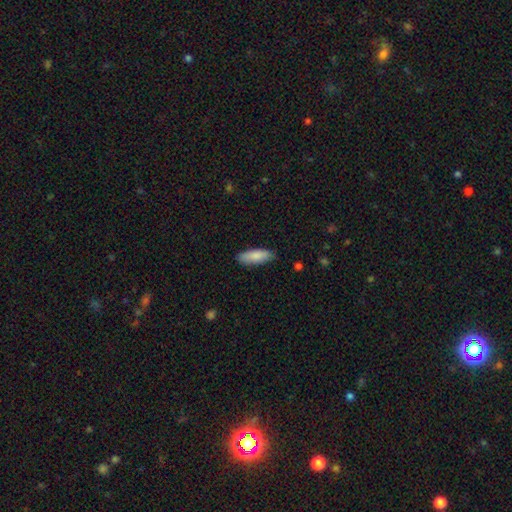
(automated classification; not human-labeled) Smooth or featured: smooth — 86% (featured or disk — 8%)
How rounded: in between — 59% (cigar-shaped — 40%)
Merging: none — 85% (minor disturbance — 11%)